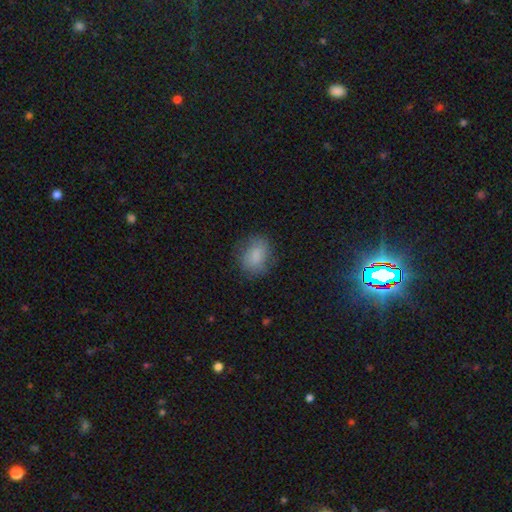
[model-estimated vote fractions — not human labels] Overall: smooth (82%). How rounded: in between (66%; round 33%). Merging: none (73%).